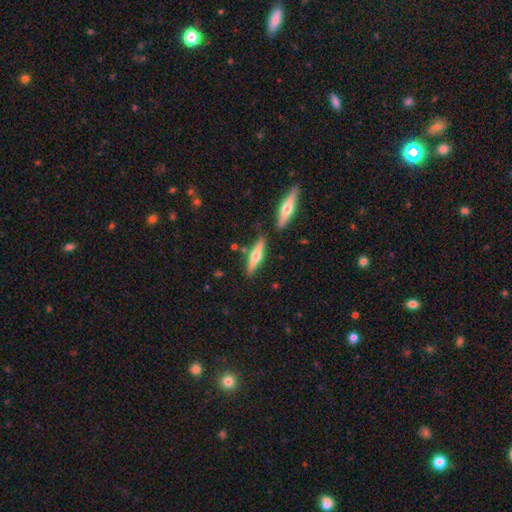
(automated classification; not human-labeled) A featured or disk galaxy (50%) viewed edge-on (94%).

Vote fractions:
- Smooth or featured? featured or disk: 50% / smooth: 44% / star or artifact: 6%
- Edge-on disk? yes: 94% / no: 6%
- Merging? none: 77% / minor disturbance: 11% / merger: 10% / major disturbance: 3%